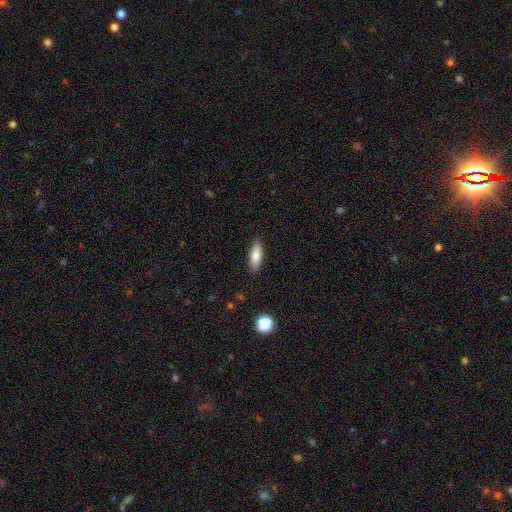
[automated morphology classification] This appears to be a smooth galaxy with no disk features (81%) that is in between round and cigar-shaped (64%). Merging: none (87%).